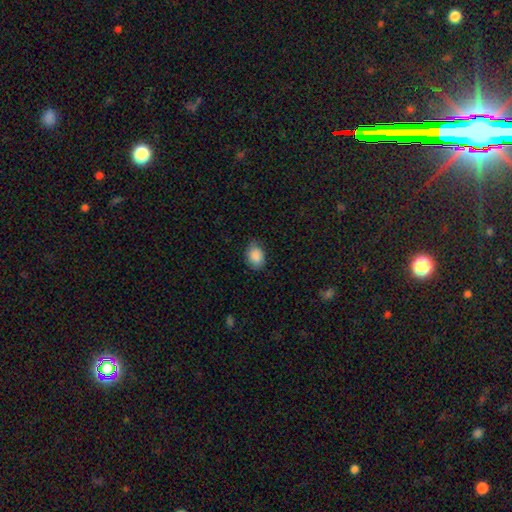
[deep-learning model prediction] Smooth or featured? Predicted: smooth (p=0.89). How rounded? Predicted: in between (p=0.66). Merging? Predicted: none (p=0.77).